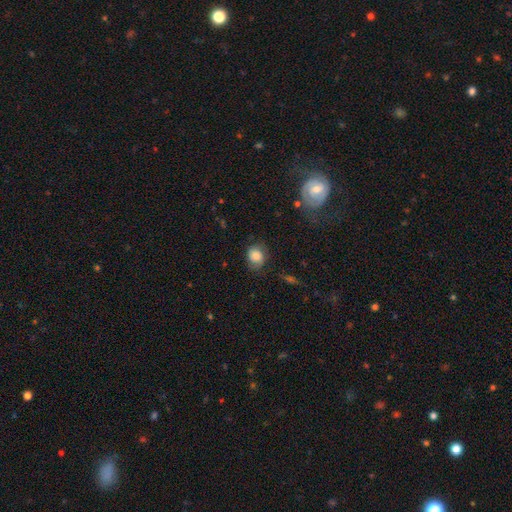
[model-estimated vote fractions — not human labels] Overall: smooth (80%). How rounded: round (60%; in between 39%). Merging: none (68%).